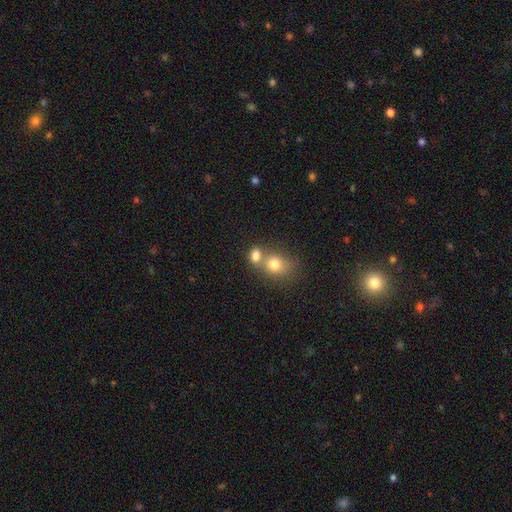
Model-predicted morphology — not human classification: The model was most divided on "how rounded": in between: 54%, round: 44%, cigar-shaped: 1%. More confident: smooth or featured — smooth (79%); merging — merger (56%).